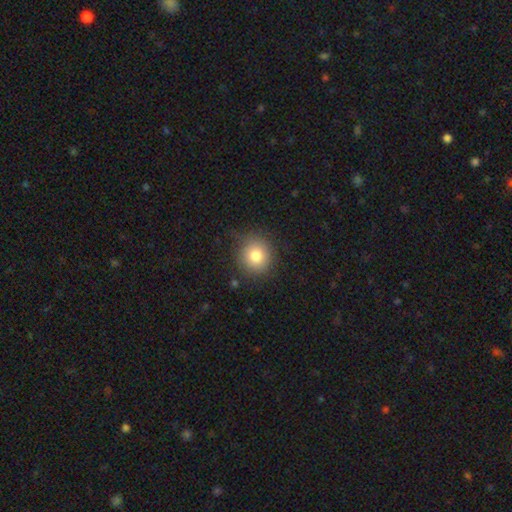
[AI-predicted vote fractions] smooth 80%, star or artifact 11%, featured or disk 10%. Down the decision tree: how rounded — round (89%); merging — none (81%).